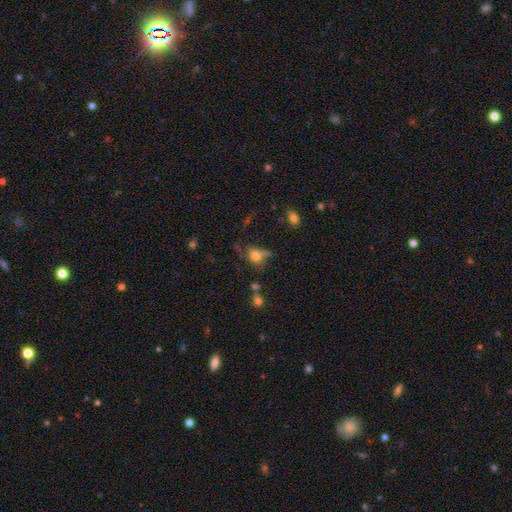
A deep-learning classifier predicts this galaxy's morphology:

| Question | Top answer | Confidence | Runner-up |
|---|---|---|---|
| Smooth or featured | smooth | 65% | featured or disk (21%) |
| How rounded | round | 50% | in between (48%) |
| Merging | none | 38% | minor disturbance (25%) |